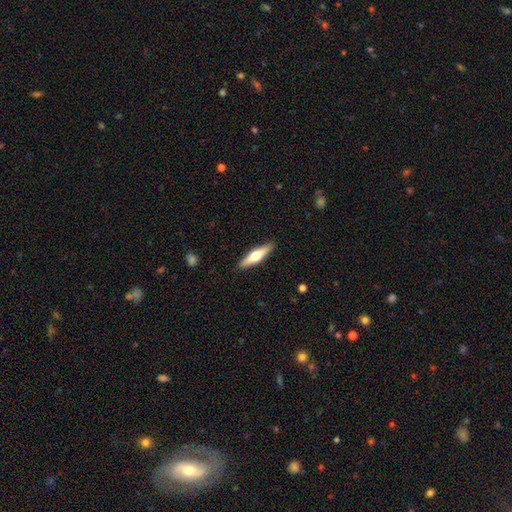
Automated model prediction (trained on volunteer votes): smooth-or-featured: featured or disk: 55% | smooth: 40% | star or artifact: 5%
  disk-edge-on: yes: 95% | no: 5%
    edge-on-bulge: rounded: 94% | boxy: 3% | none: 2%
  merging: none: 90% | minor disturbance: 7% | major disturbance: 2% | merger: 1%